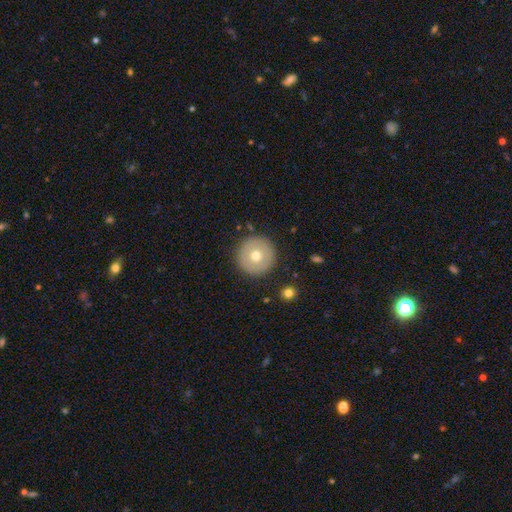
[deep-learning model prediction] The model was most divided on "smooth or featured": smooth: 67%, featured or disk: 25%, star or artifact: 8%. More confident: how rounded — round (96%); merging — none (90%).